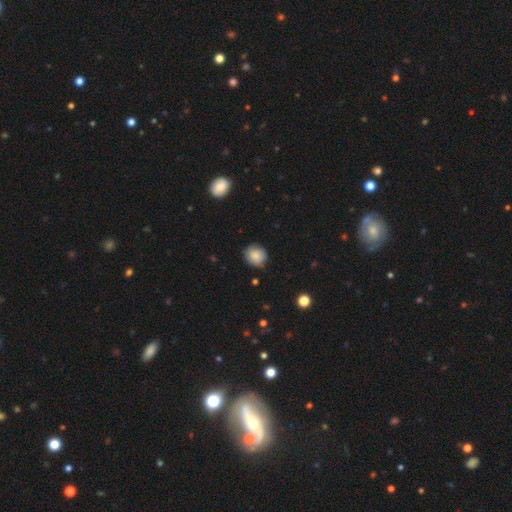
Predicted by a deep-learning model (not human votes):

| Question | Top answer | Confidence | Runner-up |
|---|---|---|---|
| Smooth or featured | smooth | 84% | star or artifact (8%) |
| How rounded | round | 82% | in between (17%) |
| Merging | none | 80% | minor disturbance (16%) |